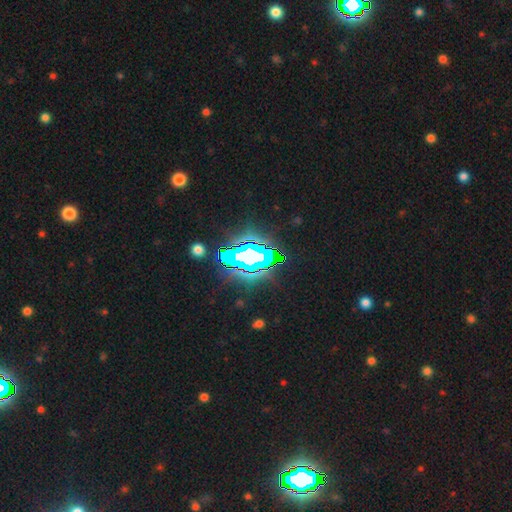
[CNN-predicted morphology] type=star or artifact (67%).